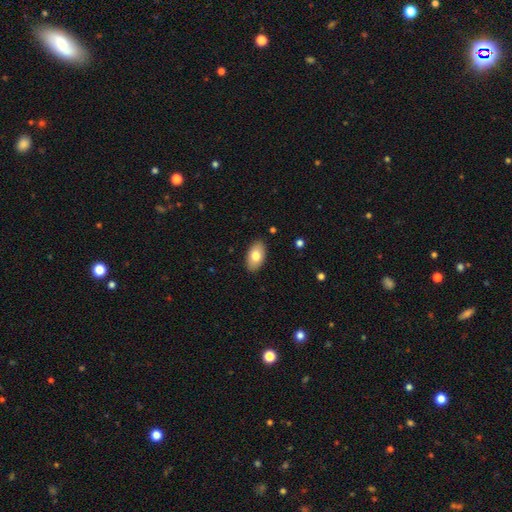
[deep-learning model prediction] Smooth or featured?
  - smooth: 77% *
  - featured or disk: 17%
  - star or artifact: 6%
How rounded?
  - in between: 94% *
  - round: 4%
  - cigar-shaped: 2%
Merging?
  - none: 89% *
  - minor disturbance: 8%
  - major disturbance: 2%
  - merger: 1%